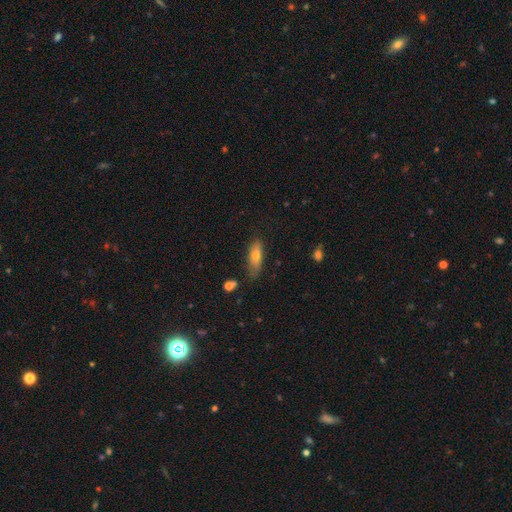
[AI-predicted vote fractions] A smooth galaxy with no disk features (69%) that is in between round and cigar-shaped (60%).

Vote fractions:
- Smooth or featured? smooth: 69% / featured or disk: 23% / star or artifact: 8%
- How rounded? in between: 60% / cigar-shaped: 37% / round: 3%
- Merging? none: 71% / minor disturbance: 21% / major disturbance: 5% / merger: 3%